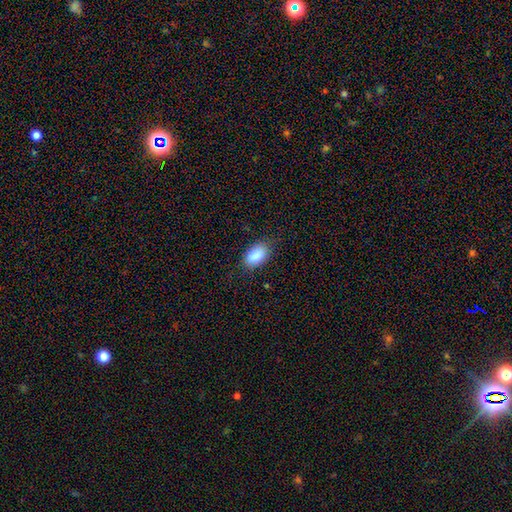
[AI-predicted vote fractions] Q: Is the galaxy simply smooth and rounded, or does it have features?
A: smooth — 88%.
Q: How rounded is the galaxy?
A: in between — 93%.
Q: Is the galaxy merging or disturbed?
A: none — 79%.